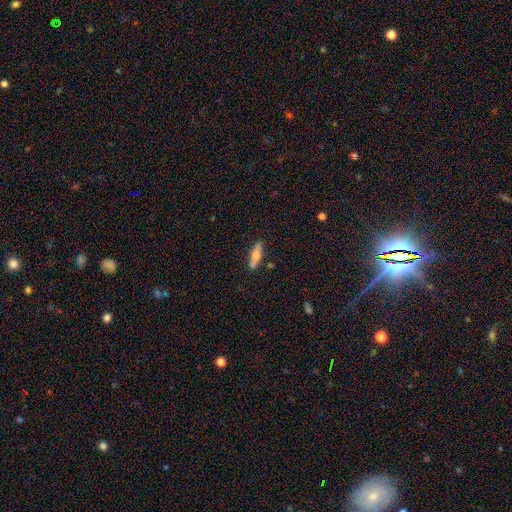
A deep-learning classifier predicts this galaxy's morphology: smooth 60%, featured or disk 34%, star or artifact 6%. Down the decision tree: how rounded — cigar-shaped (64%); merging — none (84%).